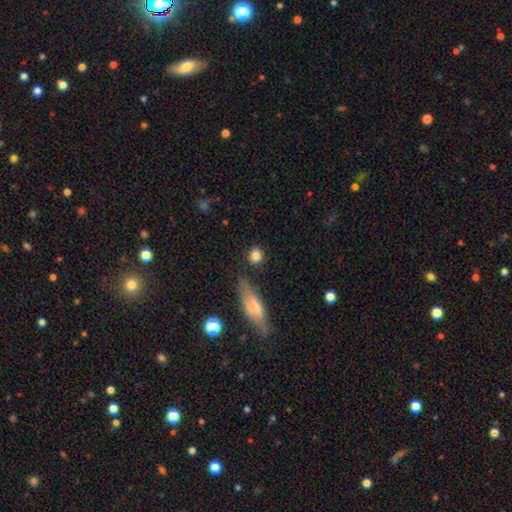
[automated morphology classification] Smooth or featured: smooth — 84% (featured or disk — 8%)
How rounded: round — 58% (in between — 37%)
Merging: none — 79% (minor disturbance — 12%)